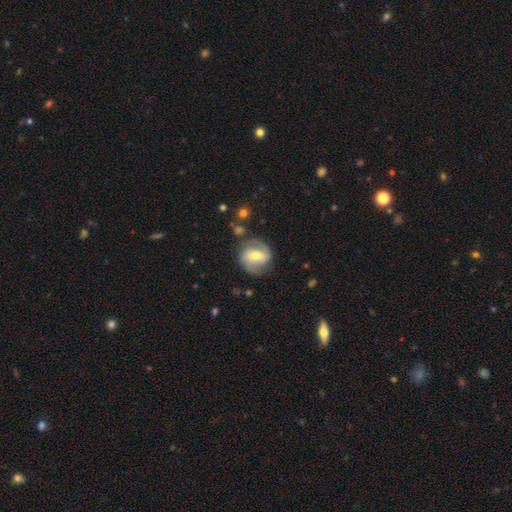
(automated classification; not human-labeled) Smooth or featured? featured or disk (67%)
Edge-on disk? no (96%)
Bar? weak (41%)
Spiral arms? yes (84%)
Spiral winding? medium (46%)
Spiral arm count? 2 (85%)
Bulge size? moderate (51%)
Merging? none (75%)